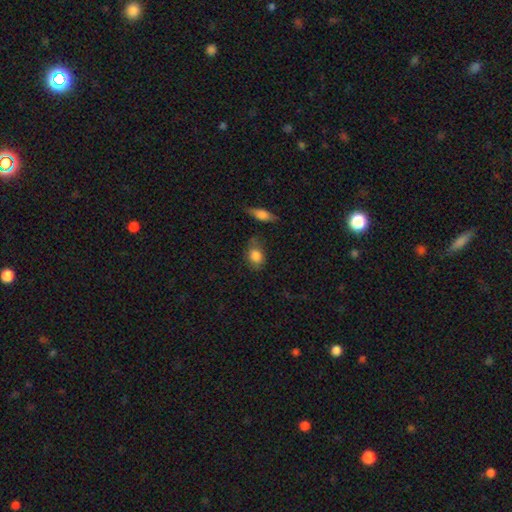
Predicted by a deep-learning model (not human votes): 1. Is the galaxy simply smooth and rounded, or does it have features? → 83% smooth, 9% featured or disk, 8% star or artifact.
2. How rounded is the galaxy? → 67% in between, 31% round, 3% cigar-shaped.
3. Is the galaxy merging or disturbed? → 65% none, 22% minor disturbance, 8% merger, 6% major disturbance.